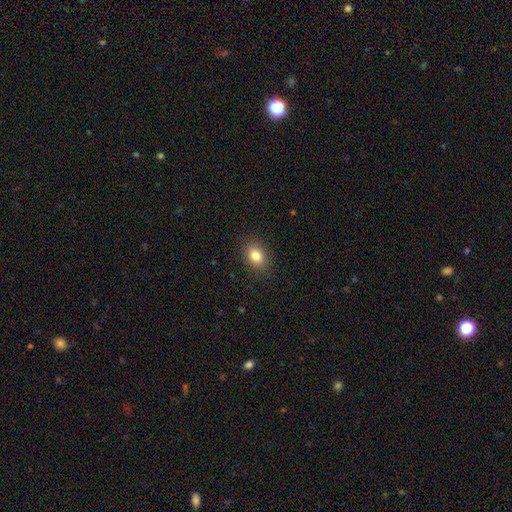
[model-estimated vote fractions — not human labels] A smooth galaxy with no disk features (83%) that is in between round and cigar-shaped (72%).

Vote fractions:
- Smooth or featured? smooth: 83% / star or artifact: 10% / featured or disk: 7%
- How rounded? in between: 72% / round: 27% / cigar-shaped: 1%
- Merging? none: 87% / minor disturbance: 9% / major disturbance: 3% / merger: 1%